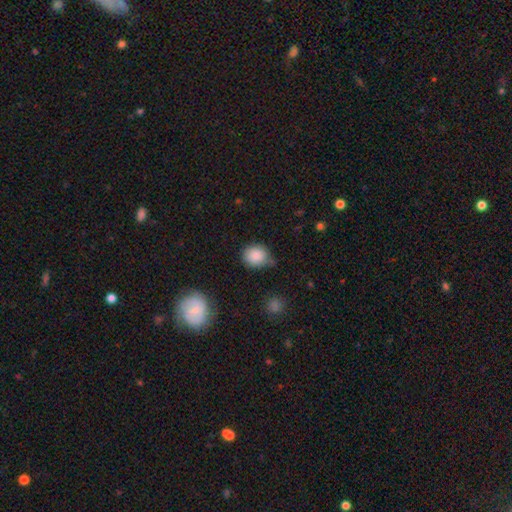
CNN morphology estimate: Smooth or featured: smooth — 86% (star or artifact — 9%)
How rounded: round — 75% (in between — 24%)
Merging: none — 68% (minor disturbance — 22%)